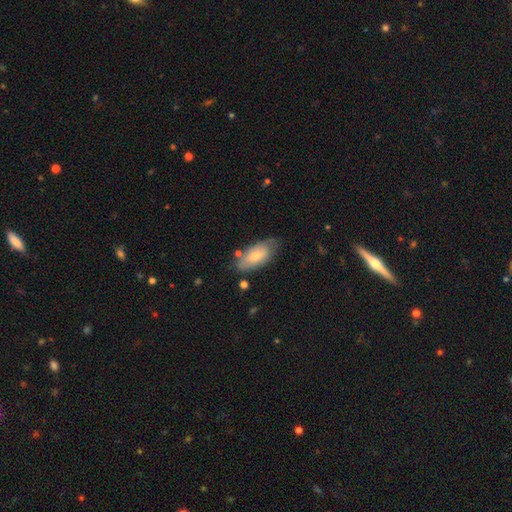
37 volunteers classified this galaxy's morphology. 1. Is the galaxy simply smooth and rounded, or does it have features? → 78% smooth, 19% featured or disk, 3% star or artifact.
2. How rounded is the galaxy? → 83% in between, 10% cigar-shaped, 7% round.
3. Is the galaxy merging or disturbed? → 61% none, 25% minor disturbance, 11% merger, 3% major disturbance.